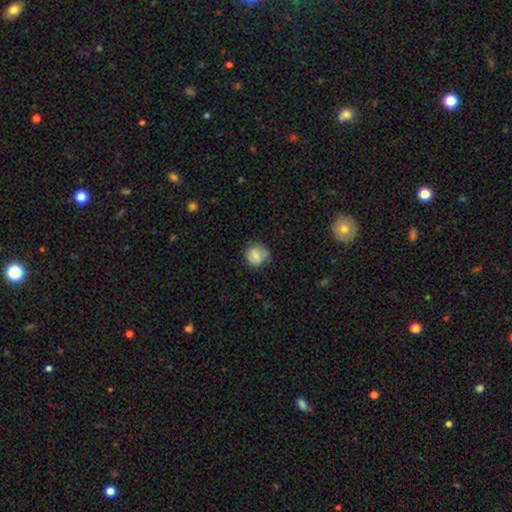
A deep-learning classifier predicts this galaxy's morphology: smooth_or_featured: smooth (p=0.73) [alt: featured or disk p=0.19]
how_rounded: round (p=0.82) [alt: in between p=0.17]
merging: none (p=0.64) [alt: minor disturbance p=0.26]